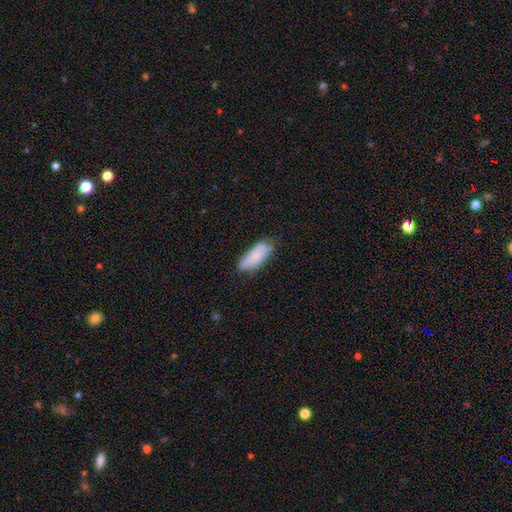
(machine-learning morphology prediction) This is likely a smooth galaxy (73%). How rounded: likely in between (78%). Merging: likely none (69%).